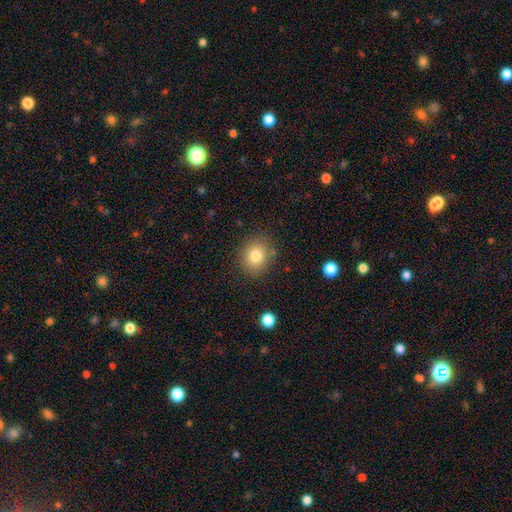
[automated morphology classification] The model was most divided on "how rounded": round: 65%, in between: 34%, cigar-shaped: 1%. More confident: merging — none (83%); smooth or featured — smooth (81%).